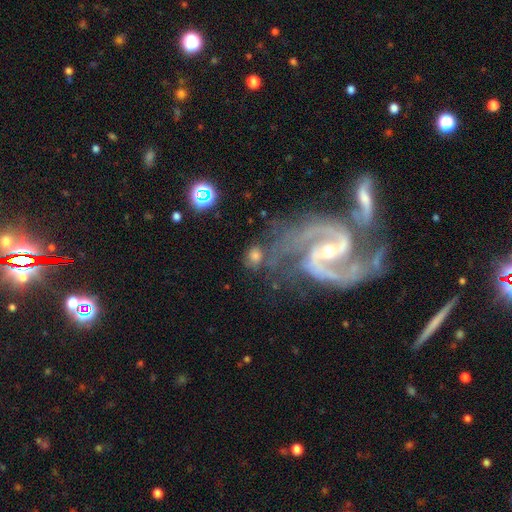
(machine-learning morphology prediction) Q: Smooth or featured?
A: featured or disk (74%); runner-up: smooth (16%)
Q: Edge-on disk?
A: no (96%); runner-up: yes (4%)
Q: Bar?
A: weak (41%); runner-up: strong (34%)
Q: Spiral arms?
A: yes (91%); runner-up: no (9%)
Q: Spiral winding?
A: medium (55%); runner-up: tight (23%)
Q: Spiral arm count?
A: 2 (82%); runner-up: can't tell (6%)
Q: Bulge size?
A: moderate (47%); runner-up: small (46%)
Q: Merging?
A: none (54%); runner-up: minor disturbance (19%)